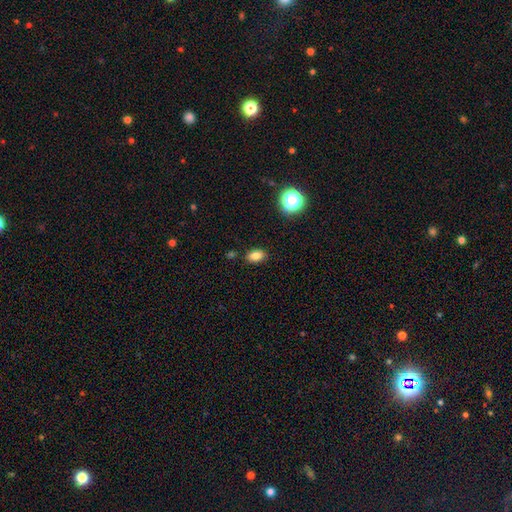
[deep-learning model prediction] smooth-or-featured: smooth: 81% | star or artifact: 13% | featured or disk: 7%
  how-rounded: in between: 82% | round: 16% | cigar-shaped: 2%
  merging: none: 85% | minor disturbance: 10% | merger: 3% | major disturbance: 2%